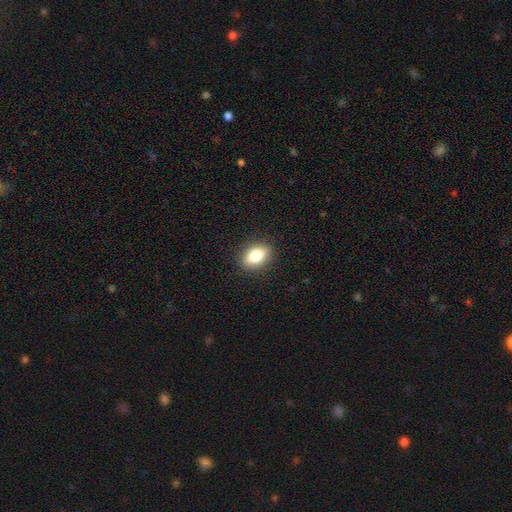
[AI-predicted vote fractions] A smooth galaxy with no disk features (77%) that is in between round and cigar-shaped (77%). Merging: none (89%).